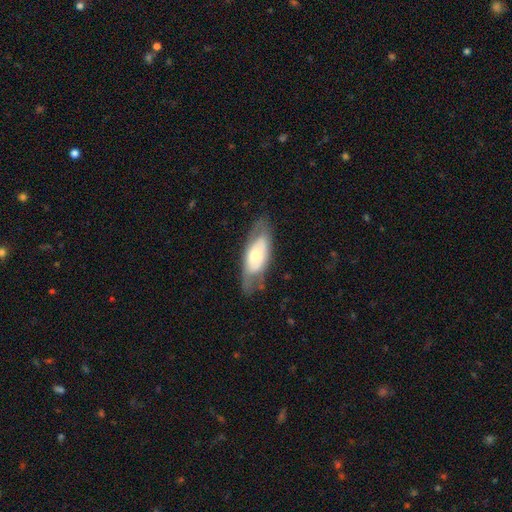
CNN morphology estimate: Overall: featured or disk (51%; smooth 42%). Edge-on disk: no (75%). Merging: none (68%).